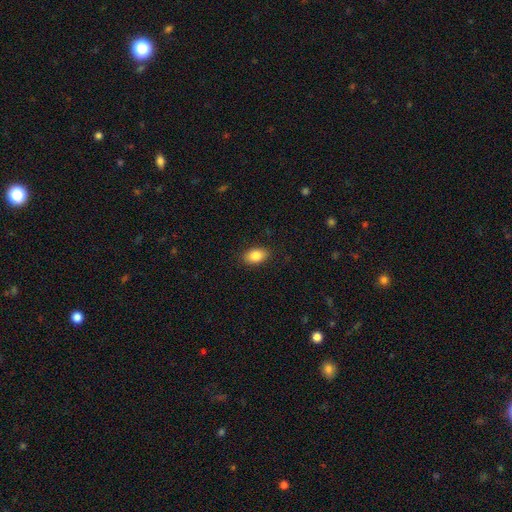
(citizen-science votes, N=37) Smooth or featured?
  - smooth: 84% *
  - featured or disk: 14%
  - star or artifact: 3%
How rounded?
  - in between: 100% *
  - round: 0%
  - cigar-shaped: 0%
Merging?
  - none: 81% *
  - minor disturbance: 11%
  - major disturbance: 6%
  - merger: 3%